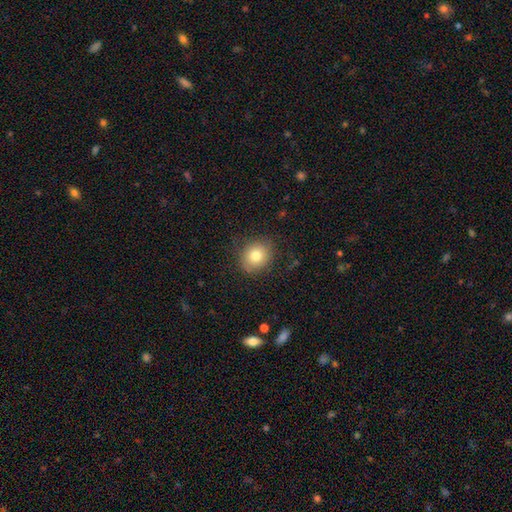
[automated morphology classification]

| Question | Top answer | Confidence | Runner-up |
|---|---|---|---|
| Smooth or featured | smooth | 78% | featured or disk (11%) |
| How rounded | round | 67% | in between (32%) |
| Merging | none | 83% | minor disturbance (13%) |